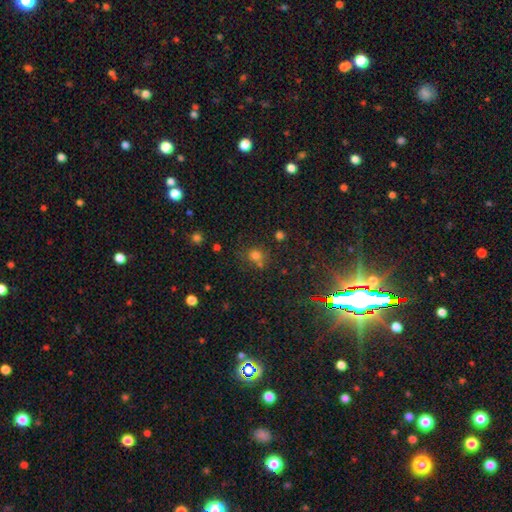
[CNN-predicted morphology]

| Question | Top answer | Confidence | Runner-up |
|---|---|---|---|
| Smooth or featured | smooth | 66% | star or artifact (25%) |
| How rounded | round | 79% | in between (20%) |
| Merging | none | 61% | merger (23%) |